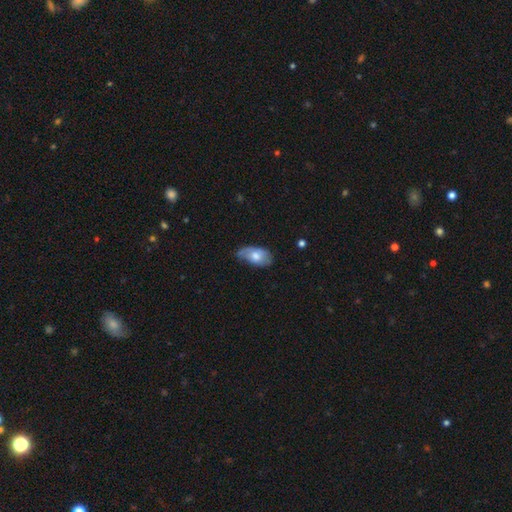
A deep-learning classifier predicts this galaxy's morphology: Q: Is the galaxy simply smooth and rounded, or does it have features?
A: smooth — 64%.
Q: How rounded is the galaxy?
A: in between — 92%.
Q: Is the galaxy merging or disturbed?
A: none — 46%.